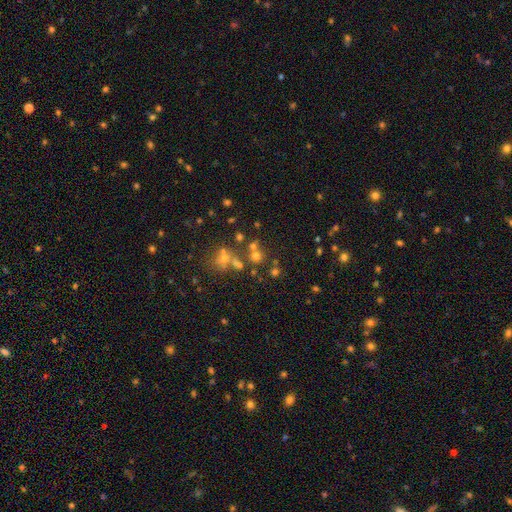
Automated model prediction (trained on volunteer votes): Q: Smooth or featured?
A: smooth (55%); runner-up: star or artifact (30%)
Q: How rounded?
A: round (86%); runner-up: in between (13%)
Q: Merging?
A: none (58%); runner-up: merger (28%)